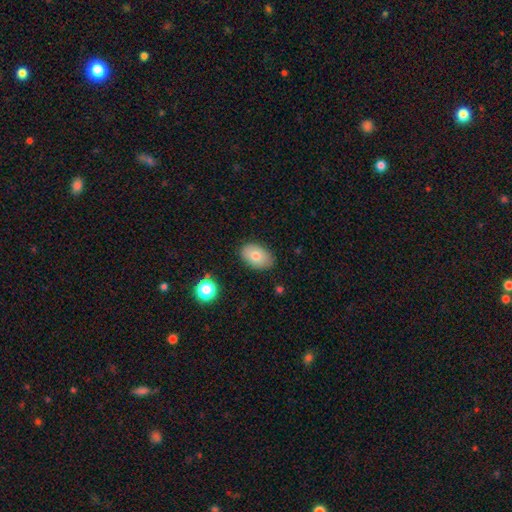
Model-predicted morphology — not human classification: The model was most divided on "smooth or featured": smooth: 75%, featured or disk: 17%, star or artifact: 8%. More confident: how rounded — in between (86%); merging — none (83%).